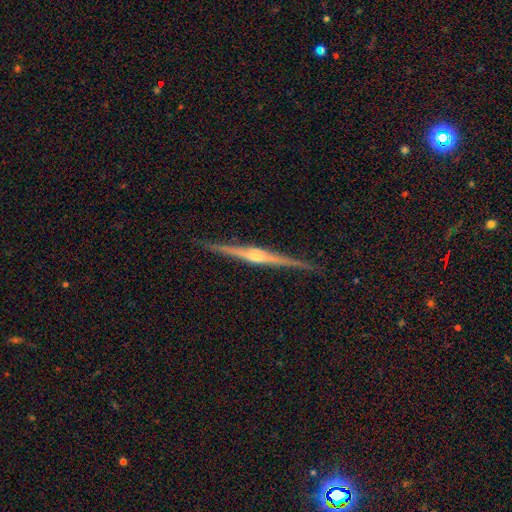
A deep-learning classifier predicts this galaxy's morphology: The model was most divided on "edge-on bulge": rounded: 85%, boxy: 8%, none: 7%. More confident: edge-on disk — yes (99%); merging — none (92%); smooth or featured — featured or disk (86%).